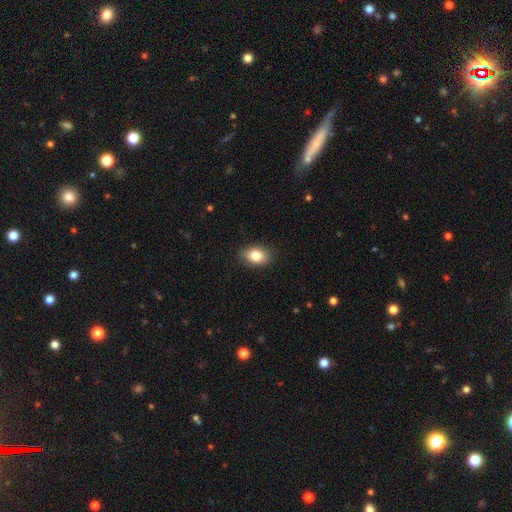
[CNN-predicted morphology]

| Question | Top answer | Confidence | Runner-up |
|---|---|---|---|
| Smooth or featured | smooth | 83% | star or artifact (9%) |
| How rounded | in between | 78% | round (21%) |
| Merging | none | 88% | minor disturbance (9%) |